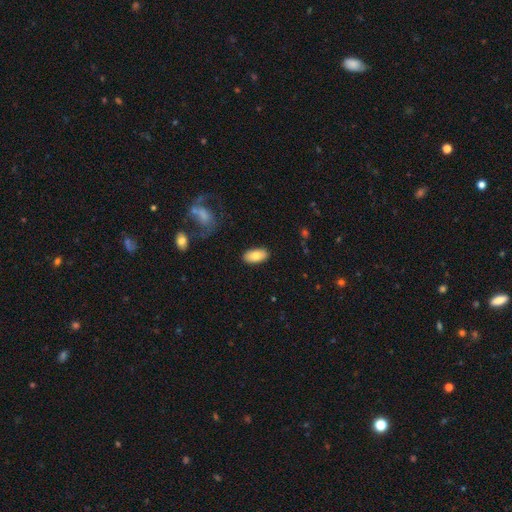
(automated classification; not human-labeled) smooth 80%, featured or disk 13%, star or artifact 7%. Down the decision tree: how rounded — in between (94%); merging — none (86%).